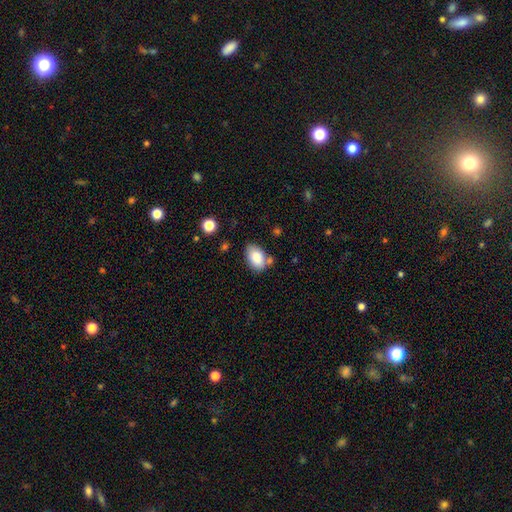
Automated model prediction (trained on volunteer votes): This is clearly a smooth galaxy (85%). How rounded: clearly in between (90%). Merging: likely none (65%).